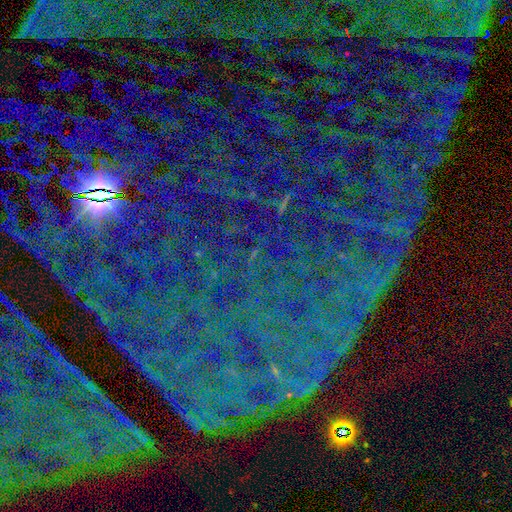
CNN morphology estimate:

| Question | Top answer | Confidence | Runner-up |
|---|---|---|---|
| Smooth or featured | star or artifact | 85% | smooth (8%) |